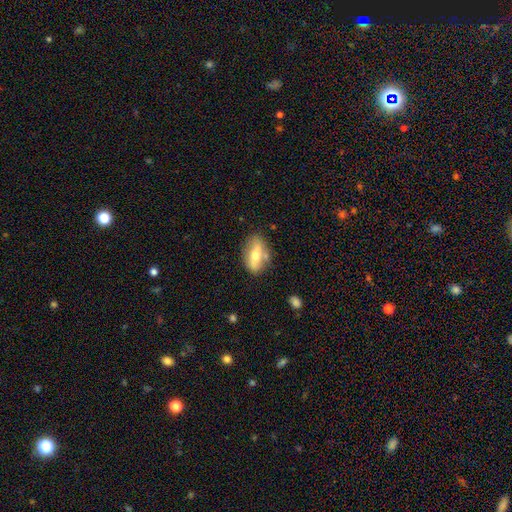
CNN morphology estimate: Smooth or featured?
  - smooth: 52% *
  - featured or disk: 41%
  - star or artifact: 7%
How rounded?
  - in between: 84% *
  - cigar-shaped: 9%
  - round: 8%
Merging?
  - none: 72% *
  - minor disturbance: 17%
  - merger: 7%
  - major disturbance: 5%